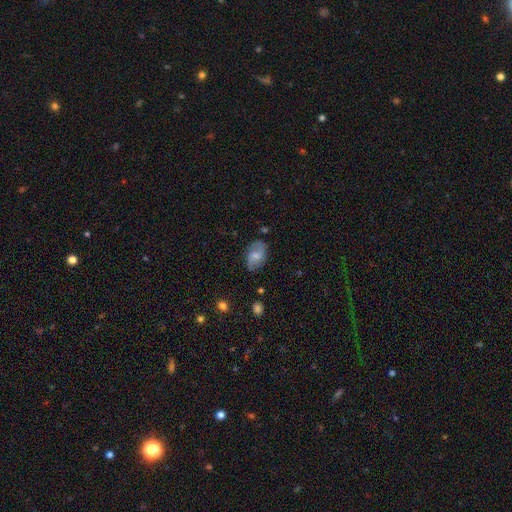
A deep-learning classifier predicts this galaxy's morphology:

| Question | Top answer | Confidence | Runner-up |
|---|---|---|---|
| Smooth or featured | smooth | 47% | featured or disk (45%) |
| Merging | none | 71% | minor disturbance (21%) |